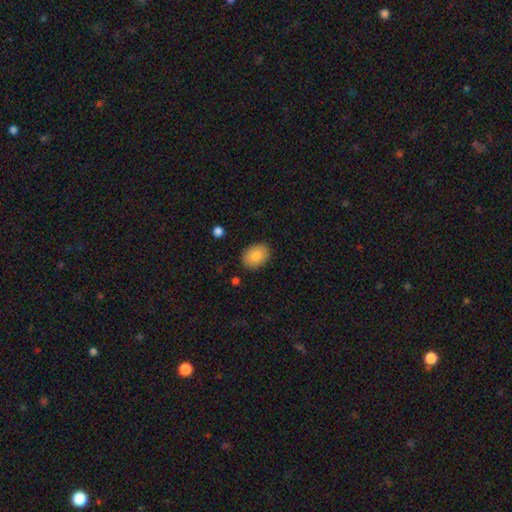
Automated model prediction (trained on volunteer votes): smooth_or_featured: smooth (p=0.84) [alt: featured or disk p=0.09]
how_rounded: in between (p=0.70) [alt: round p=0.29]
merging: none (p=0.87) [alt: minor disturbance p=0.10]